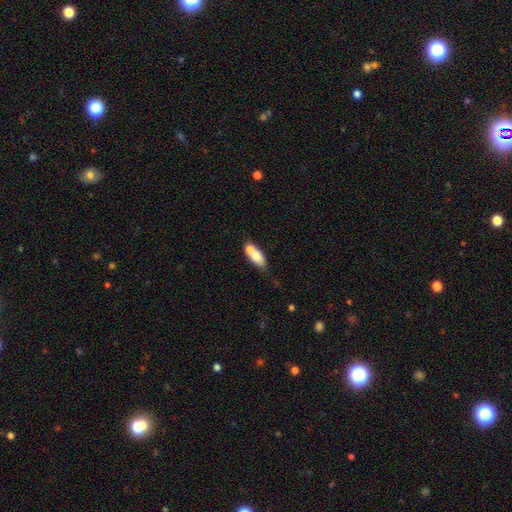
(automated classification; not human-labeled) A smooth galaxy with no disk features (67%) that is in between round and cigar-shaped (76%).

Vote fractions:
- Smooth or featured? smooth: 67% / featured or disk: 25% / star or artifact: 7%
- How rounded? in between: 76% / cigar-shaped: 16% / round: 8%
- Merging? merger: 48% / none: 34% / minor disturbance: 13% / major disturbance: 5%